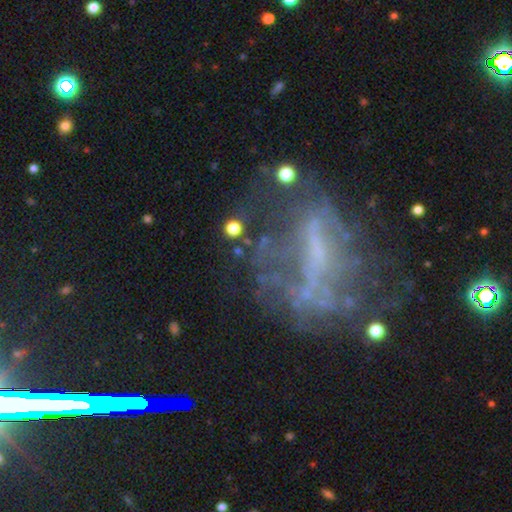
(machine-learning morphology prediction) The model was most divided on "merging": none: 41%, major disturbance: 33%, minor disturbance: 19%, merger: 7%. More confident: edge-on disk — no (83%); smooth or featured — featured or disk (56%).